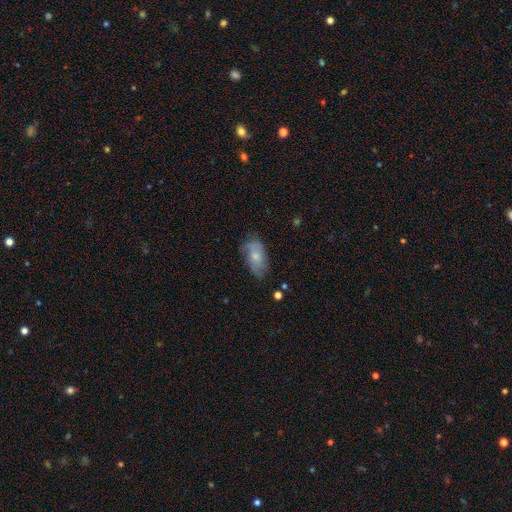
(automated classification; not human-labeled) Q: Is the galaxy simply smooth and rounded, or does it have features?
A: smooth — 56%.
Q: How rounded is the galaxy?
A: in between — 91%.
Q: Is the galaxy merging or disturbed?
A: none — 58%.